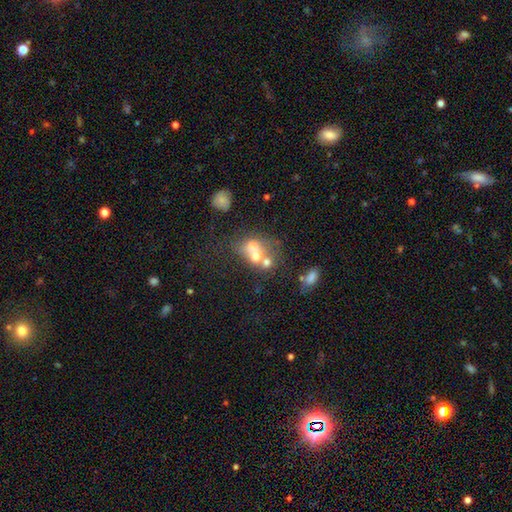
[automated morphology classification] type=smooth (55%); roundness=round (58%); merging=merger (63%).